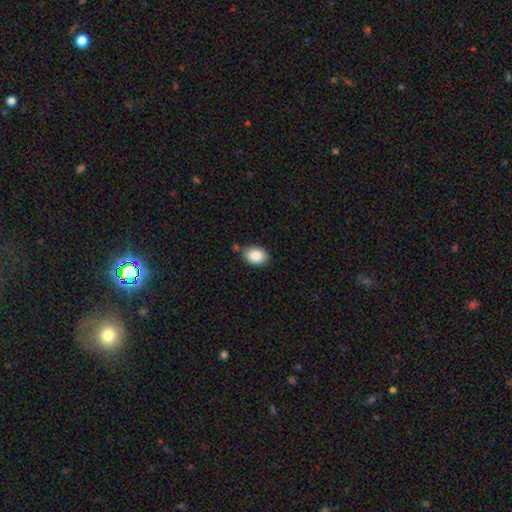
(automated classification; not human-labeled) A smooth galaxy with no disk features (87%) that is in between round and cigar-shaped (78%).

Vote fractions:
- Smooth or featured? smooth: 87% / star or artifact: 8% / featured or disk: 6%
- How rounded? in between: 78% / round: 21% / cigar-shaped: 1%
- Merging? none: 79% / minor disturbance: 14% / merger: 5% / major disturbance: 3%